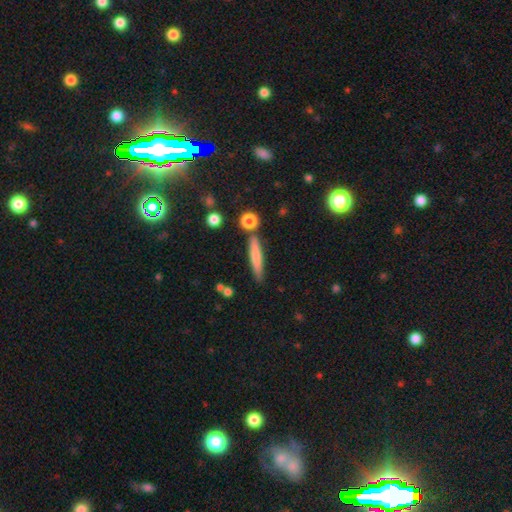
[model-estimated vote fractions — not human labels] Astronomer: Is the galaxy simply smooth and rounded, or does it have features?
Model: smooth — 71%.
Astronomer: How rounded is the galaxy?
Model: cigar-shaped — 90%.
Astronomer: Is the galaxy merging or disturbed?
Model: none — 79%.